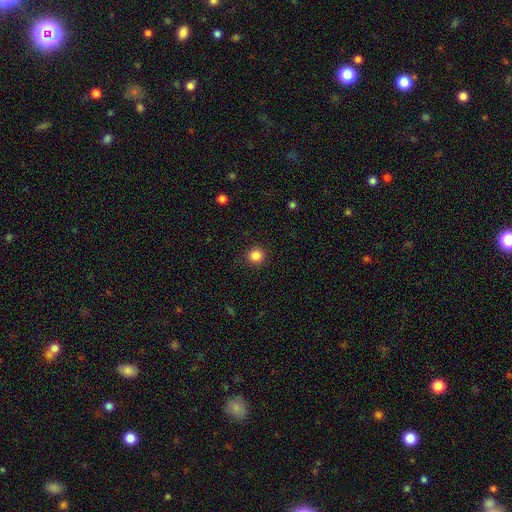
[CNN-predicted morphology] Smooth or featured?
  - smooth: 86% *
  - star or artifact: 11%
  - featured or disk: 3%
How rounded?
  - round: 92% *
  - in between: 7%
  - cigar-shaped: 1%
Merging?
  - none: 91% *
  - minor disturbance: 6%
  - major disturbance: 2%
  - merger: 1%